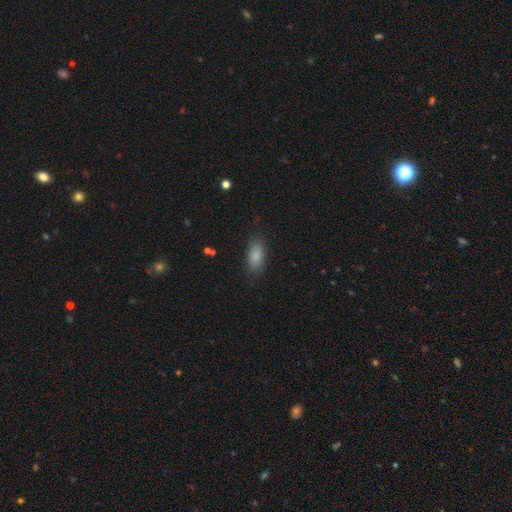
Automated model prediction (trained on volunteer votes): This appears to be a smooth galaxy with no disk features (83%) that is in between round and cigar-shaped (88%). Merging: none (80%).